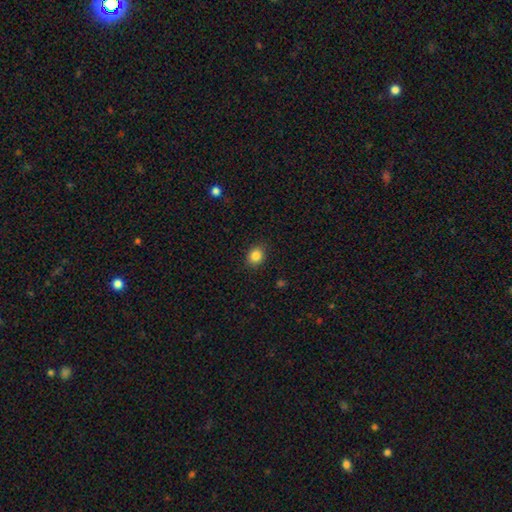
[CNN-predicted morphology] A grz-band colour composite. It shows a smooth galaxy with no disk features (85%) that is round (59%). Merging: none (88%).